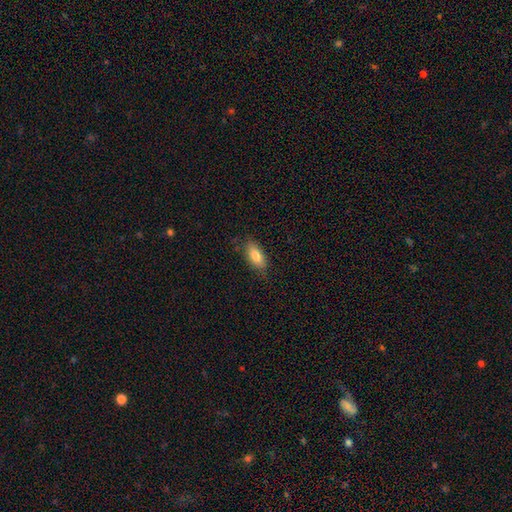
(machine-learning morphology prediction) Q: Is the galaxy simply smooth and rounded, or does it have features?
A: smooth — 82%.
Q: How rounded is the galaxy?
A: in between — 85%.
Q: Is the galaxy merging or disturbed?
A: none — 78%.